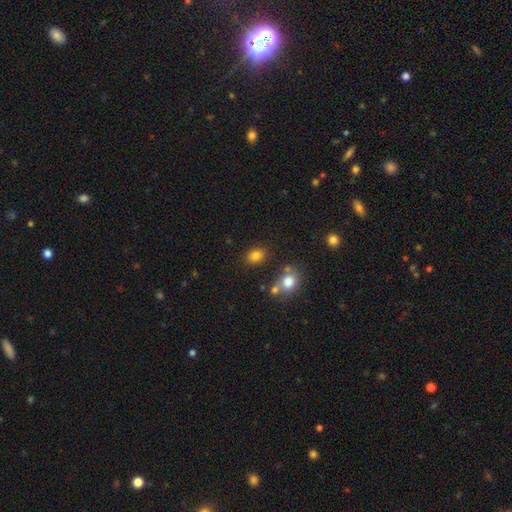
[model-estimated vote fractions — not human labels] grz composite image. It shows a smooth galaxy with no disk features (82%) that is in between round and cigar-shaped (54%). Merging: none (78%).